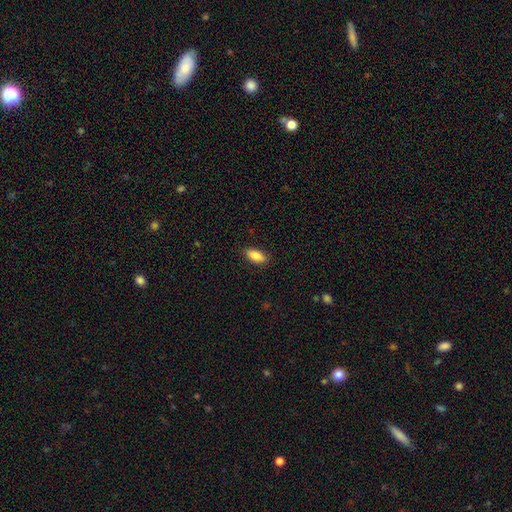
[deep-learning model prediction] Smooth or featured? Predicted: smooth (p=0.86). How rounded? Predicted: in between (p=0.84). Merging? Predicted: none (p=0.86).